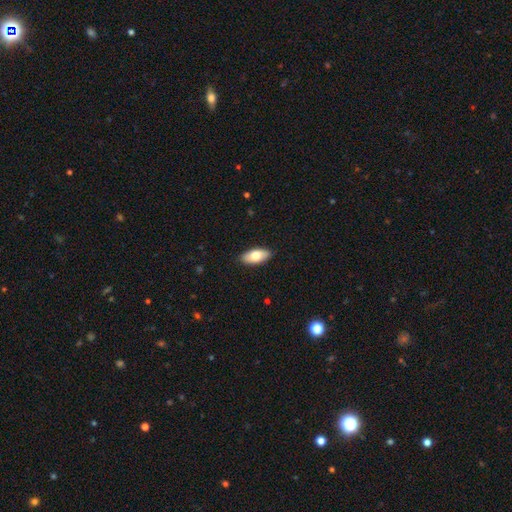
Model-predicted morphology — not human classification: This appears to be a smooth galaxy with no disk features (74%) that is in between round and cigar-shaped (90%). Merging: none (89%).